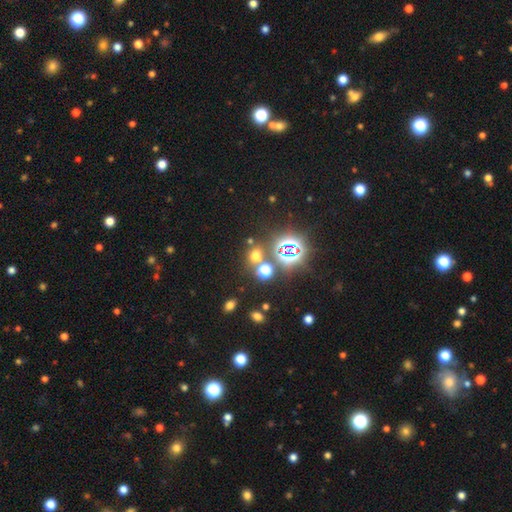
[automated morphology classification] This is possibly a smooth galaxy (49%). Merging: likely none (69%).